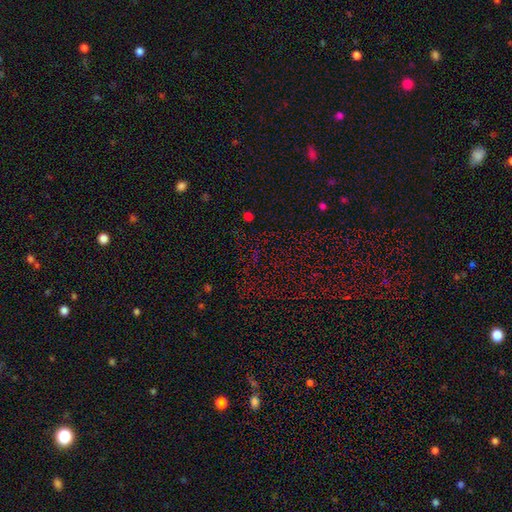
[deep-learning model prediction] The model was most divided on "smooth or featured": star or artifact: 67%, smooth: 24%, featured or disk: 9%.